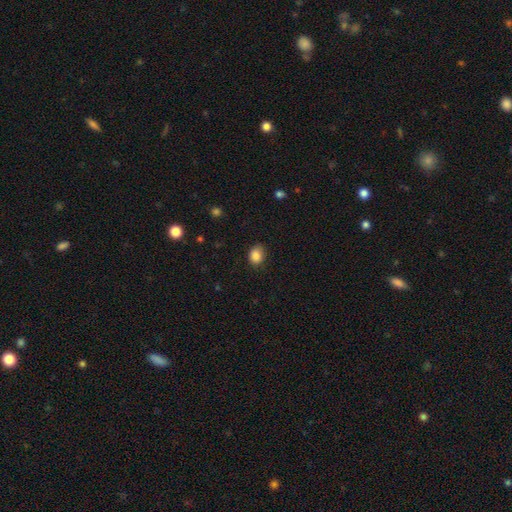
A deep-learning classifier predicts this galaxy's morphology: The model was most divided on "how rounded": in between: 56%, round: 44%, cigar-shaped: 1%. More confident: smooth or featured — smooth (86%); merging — none (78%).